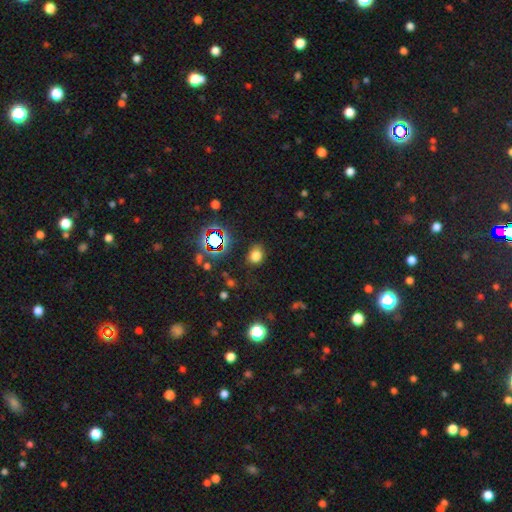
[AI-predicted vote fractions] Smooth or featured? smooth (73%)
How rounded? round (60%)
Merging? none (79%)